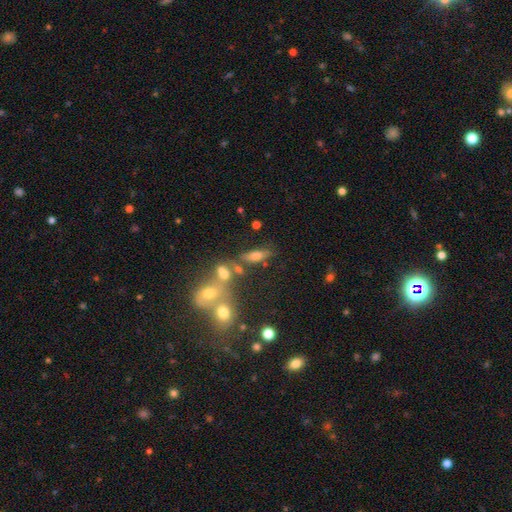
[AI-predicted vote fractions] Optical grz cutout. It shows a smooth galaxy with no disk features (61%) that is in between round and cigar-shaped (58%). Merging: none (54%).